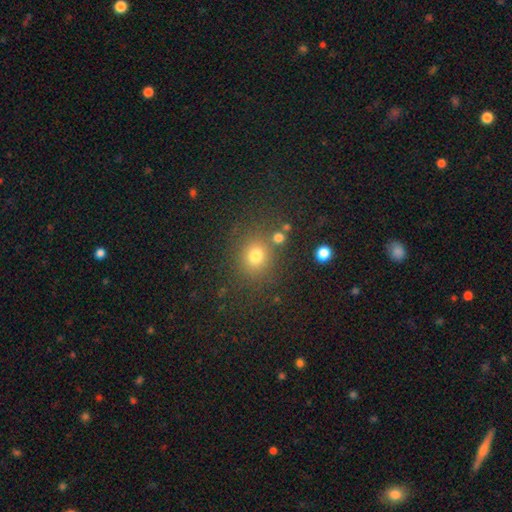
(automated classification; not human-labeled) The model was most divided on "smooth or featured": smooth: 74%, star or artifact: 18%, featured or disk: 8%. More confident: how rounded — round (79%); merging — none (77%).